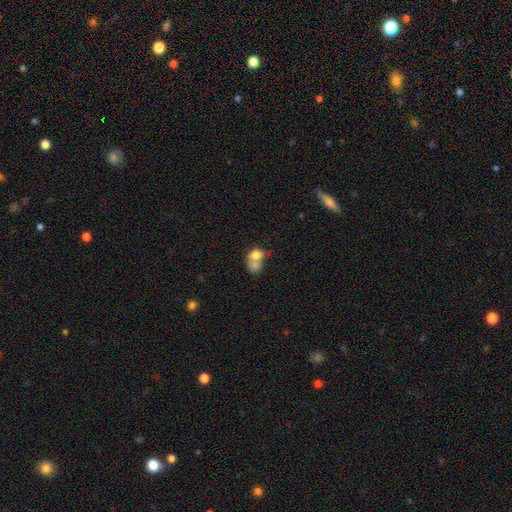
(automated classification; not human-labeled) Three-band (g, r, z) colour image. It shows a smooth galaxy with no disk features (73%) that is round (51%). Merging: merger (66%).